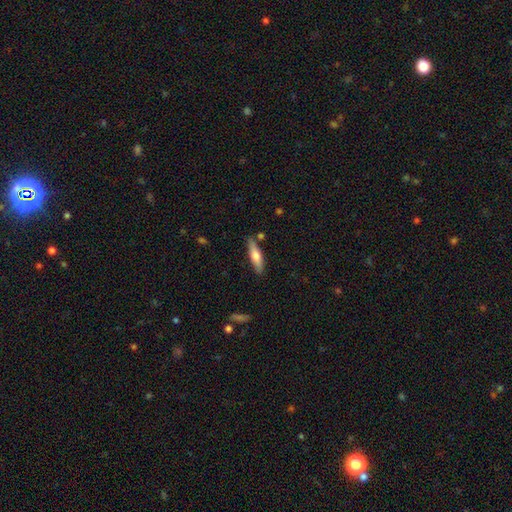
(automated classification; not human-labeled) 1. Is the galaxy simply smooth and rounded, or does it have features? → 60% smooth, 34% featured or disk, 6% star or artifact.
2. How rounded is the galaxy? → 71% cigar-shaped, 27% in between, 2% round.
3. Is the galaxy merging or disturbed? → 80% none, 13% minor disturbance, 4% merger, 3% major disturbance.